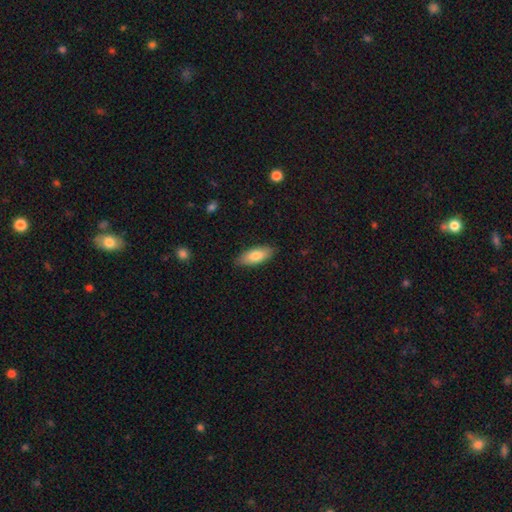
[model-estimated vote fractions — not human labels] smooth 80%, featured or disk 14%, star or artifact 6%. Down the decision tree: how rounded — in between (77%); merging — none (85%).